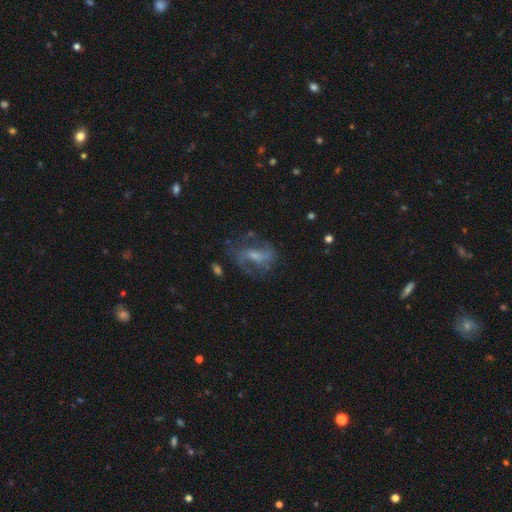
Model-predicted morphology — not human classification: Smooth or featured? Predicted: featured or disk (p=0.68). Edge-on disk? Predicted: no (p=0.94). Bar? Predicted: weak (p=0.46). Spiral arms? Predicted: yes (p=0.80). Spiral winding? Predicted: medium (p=0.44). Spiral arm count? Predicted: 2 (p=0.69). Bulge size? Predicted: small (p=0.43). Merging? Predicted: none (p=0.63).